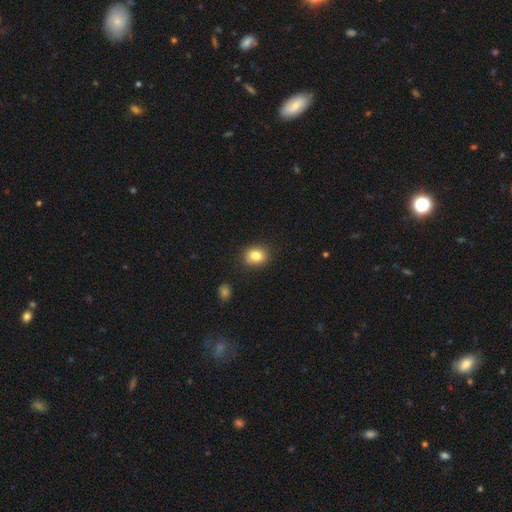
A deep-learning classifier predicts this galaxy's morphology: This is clearly a smooth galaxy (83%). How rounded: likely round (64%). Merging: clearly none (85%).